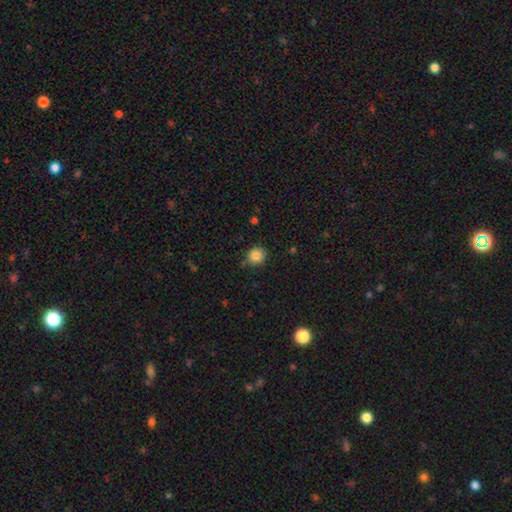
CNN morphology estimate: A smooth galaxy with no disk features (84%) that is round (85%). Merging: none (78%).